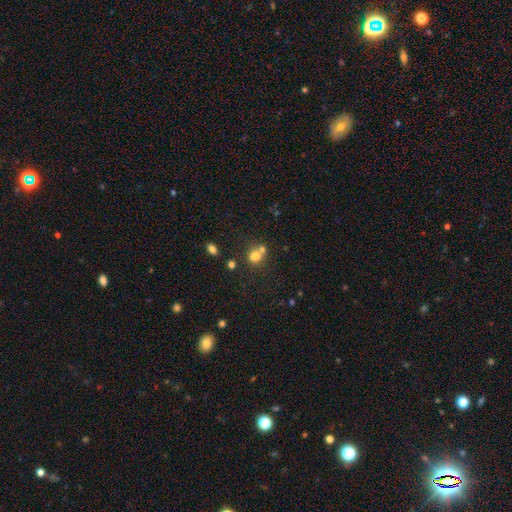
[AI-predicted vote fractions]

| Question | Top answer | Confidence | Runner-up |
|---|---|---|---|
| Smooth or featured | smooth | 73% | star or artifact (16%) |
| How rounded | round | 70% | in between (29%) |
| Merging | merger | 44% | none (43%) |